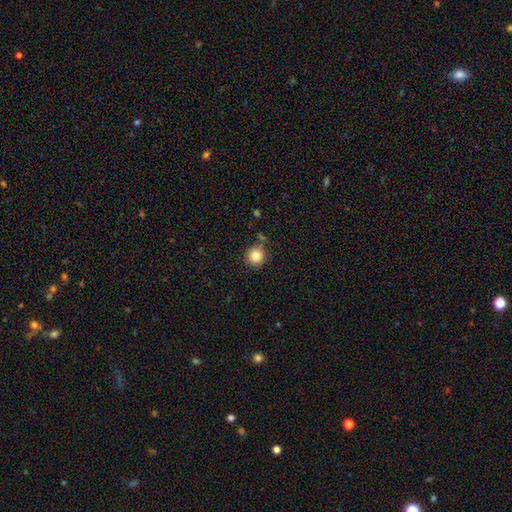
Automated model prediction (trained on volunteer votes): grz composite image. It shows a smooth galaxy with no disk features (84%) that is round (92%). Merging: none (80%).